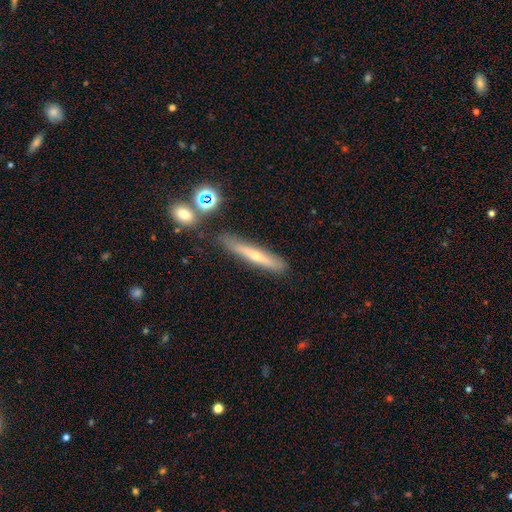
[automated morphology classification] Overall: featured or disk (49%; smooth 42%). Merging: none (81%).